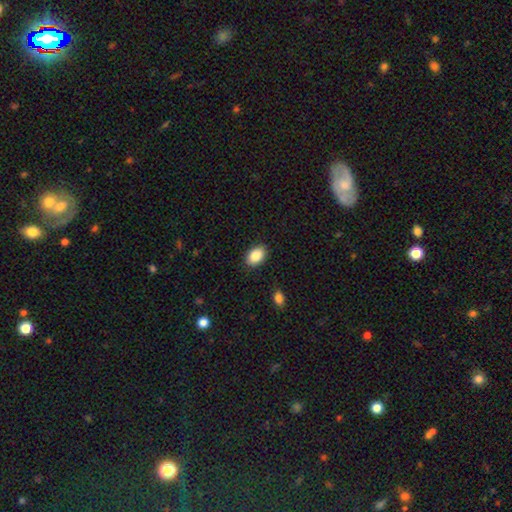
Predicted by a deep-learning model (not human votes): Overall: smooth (87%). How rounded: in between (88%). Merging: none (89%).